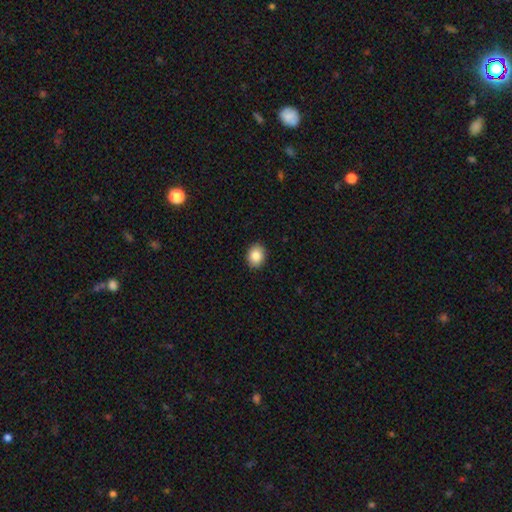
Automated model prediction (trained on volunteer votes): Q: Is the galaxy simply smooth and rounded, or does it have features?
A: smooth — 85%.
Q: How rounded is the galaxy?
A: in between — 53%.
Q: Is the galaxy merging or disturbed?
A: none — 90%.